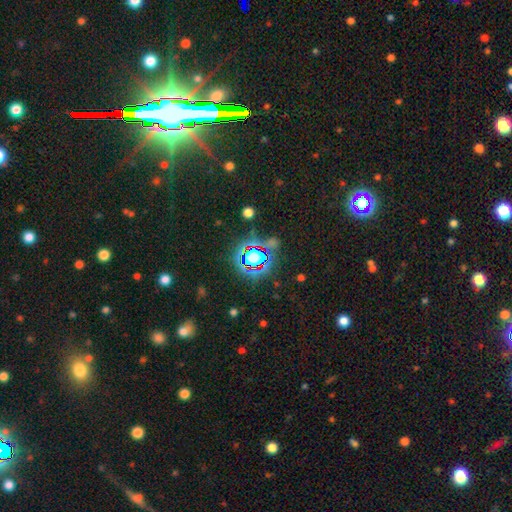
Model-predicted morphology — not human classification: smooth_or_featured: star or artifact (p=0.68) [alt: smooth p=0.22]